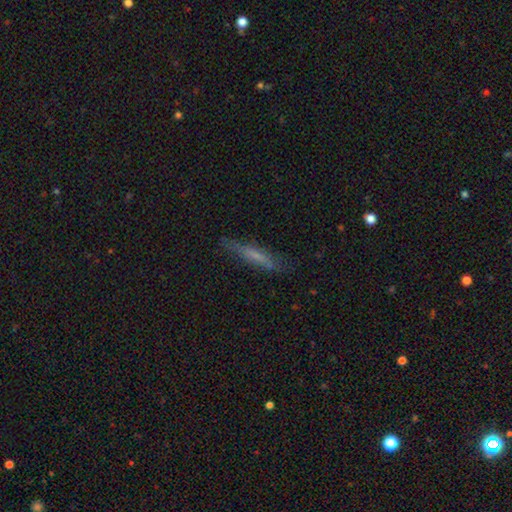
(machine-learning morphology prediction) type=smooth (52%); roundness=cigar-shaped (91%); merging=none (77%).